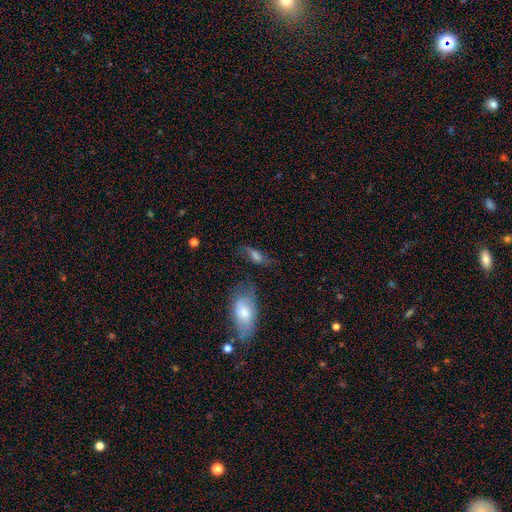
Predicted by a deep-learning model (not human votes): smooth 62%, featured or disk 25%, star or artifact 13%. Down the decision tree: how rounded — in between (72%); merging — none (54%).